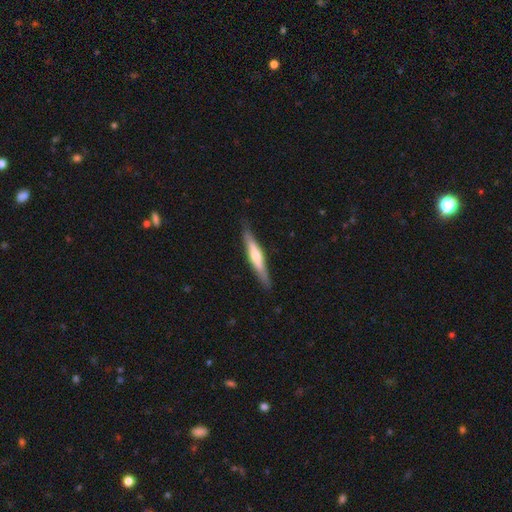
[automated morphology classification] type=featured or disk (53%); edge-on=yes (93%); merging=none (86%).